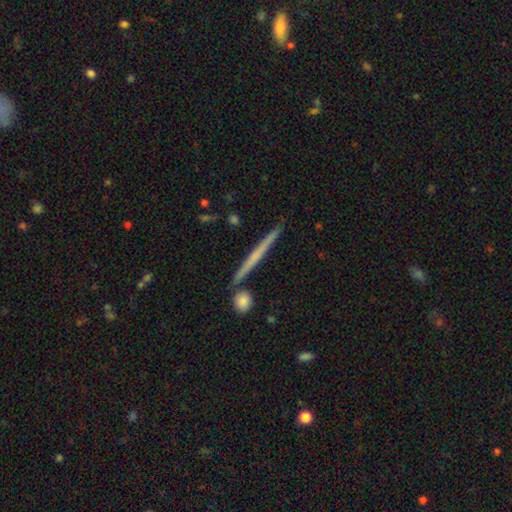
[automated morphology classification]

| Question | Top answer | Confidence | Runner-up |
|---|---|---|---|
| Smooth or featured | featured or disk | 57% | smooth (37%) |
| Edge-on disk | yes | 97% | no (3%) |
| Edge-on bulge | none | 76% | rounded (18%) |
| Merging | none | 88% | minor disturbance (7%) |